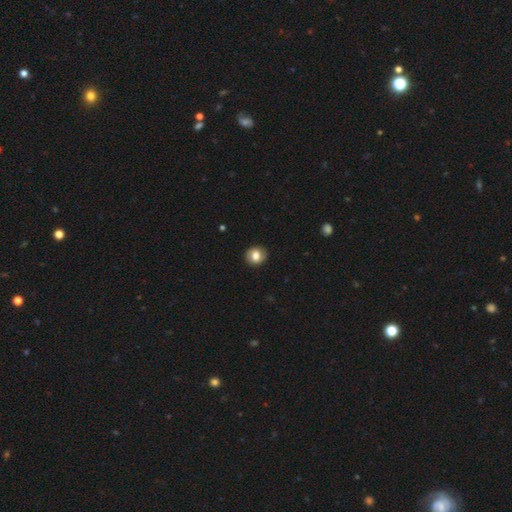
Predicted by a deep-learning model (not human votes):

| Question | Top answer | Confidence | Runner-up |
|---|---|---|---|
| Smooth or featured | smooth | 76% | featured or disk (16%) |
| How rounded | round | 80% | in between (19%) |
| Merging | none | 89% | minor disturbance (8%) |